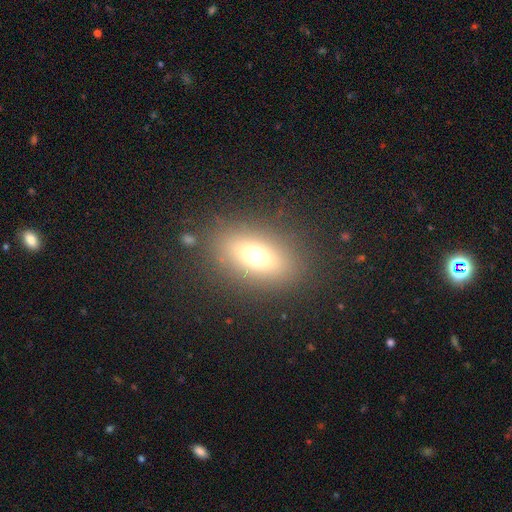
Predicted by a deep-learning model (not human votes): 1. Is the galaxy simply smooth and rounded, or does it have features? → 67% smooth, 19% featured or disk, 14% star or artifact.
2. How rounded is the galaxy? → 76% in between, 15% round, 9% cigar-shaped.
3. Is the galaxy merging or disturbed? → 85% none, 9% minor disturbance, 5% major disturbance, 2% merger.